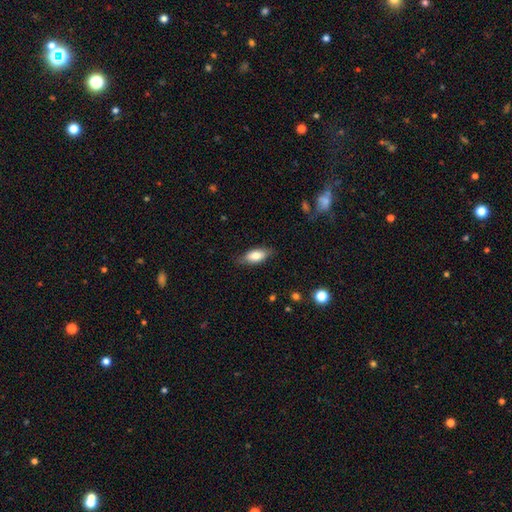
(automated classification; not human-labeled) This appears to be a smooth galaxy with no disk features (77%) that is in between round and cigar-shaped (84%). Merging: none (78%).